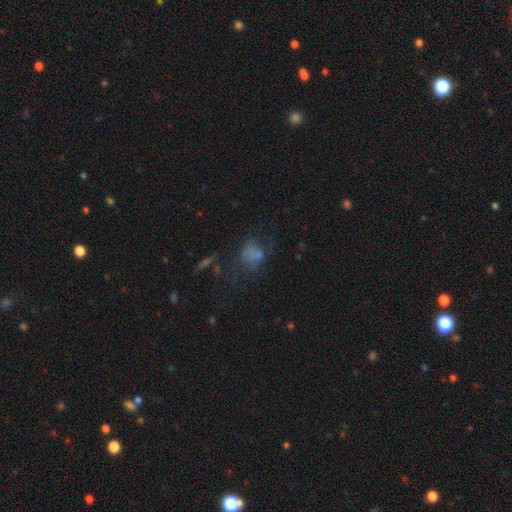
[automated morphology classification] Q: Smooth or featured?
A: smooth (53%); runner-up: star or artifact (26%)
Q: How rounded?
A: round (53%); runner-up: in between (45%)
Q: Merging?
A: none (44%); runner-up: major disturbance (27%)